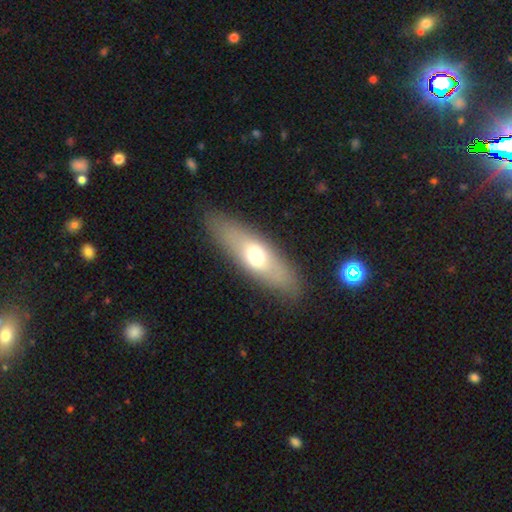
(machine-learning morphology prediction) Smooth or featured: smooth — 56% (featured or disk — 37%)
How rounded: in between — 54% (cigar-shaped — 43%)
Merging: none — 86% (minor disturbance — 9%)